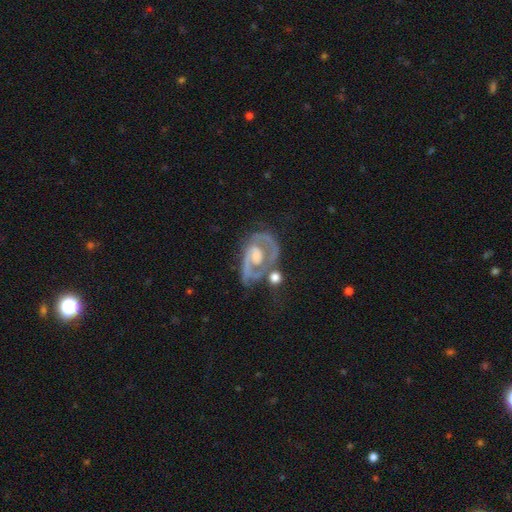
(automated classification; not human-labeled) This is clearly a featured or disk galaxy (84%). It is clearly not viewed edge-on (96%). Bar: possibly no (47%). Spiral arm pattern: clearly yes (86%). Spiral arm count: likely 2 (65%). Spiral winding: possibly tight (47%). Central bulge: possibly moderate (53%). Merging: possibly none (47%).